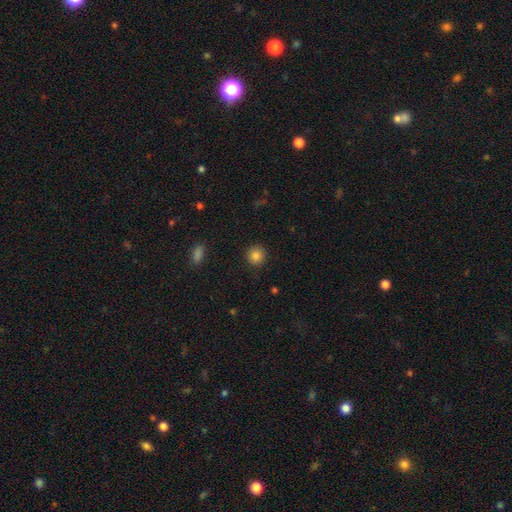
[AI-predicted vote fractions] Smooth or featured? smooth (85%)
How rounded? round (91%)
Merging? none (91%)